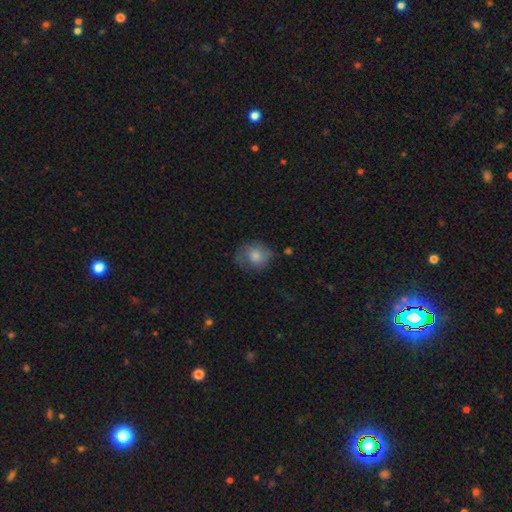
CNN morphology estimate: smooth 77%, featured or disk 16%, star or artifact 8%. Down the decision tree: how rounded — round (66%); merging — none (58%).